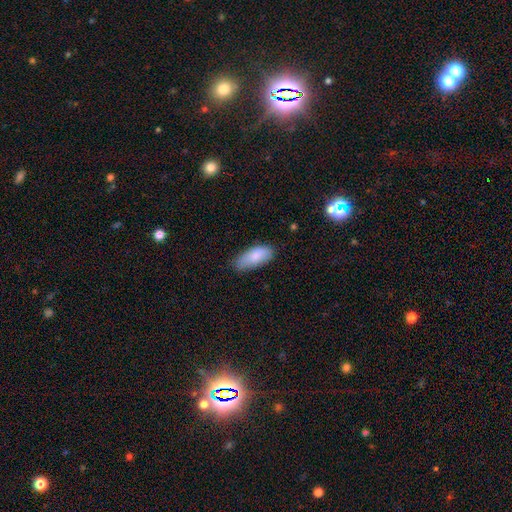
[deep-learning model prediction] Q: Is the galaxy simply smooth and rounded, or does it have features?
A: smooth — 84%.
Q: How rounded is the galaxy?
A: in between — 87%.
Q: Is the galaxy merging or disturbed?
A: none — 70%.